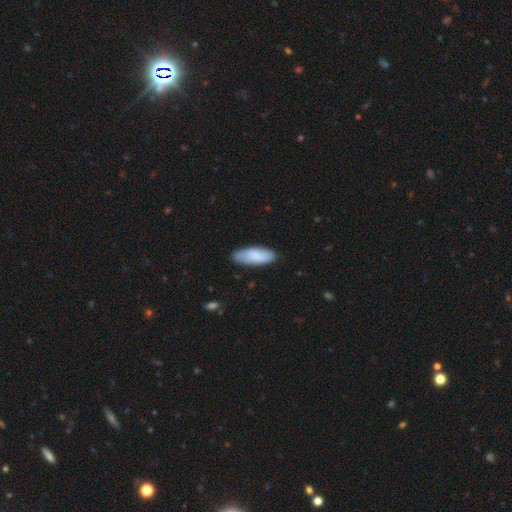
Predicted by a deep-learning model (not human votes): This is clearly a smooth galaxy (85%). How rounded: likely in between (69%). Merging: clearly none (81%).